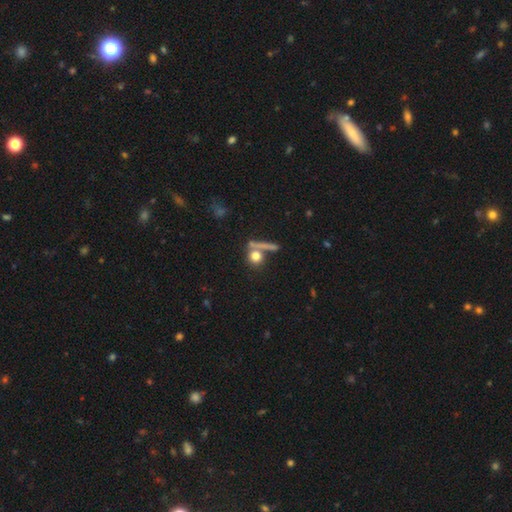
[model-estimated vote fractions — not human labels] This appears to be a smooth galaxy with no disk features (75%) that is round (78%). Merging: none (60%).